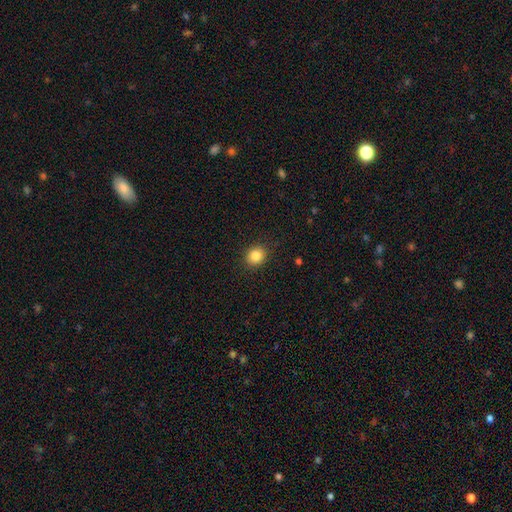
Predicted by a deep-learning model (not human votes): The model was most divided on "how rounded": round: 77%, in between: 22%, cigar-shaped: 1%. More confident: merging — none (90%); smooth or featured — smooth (85%).